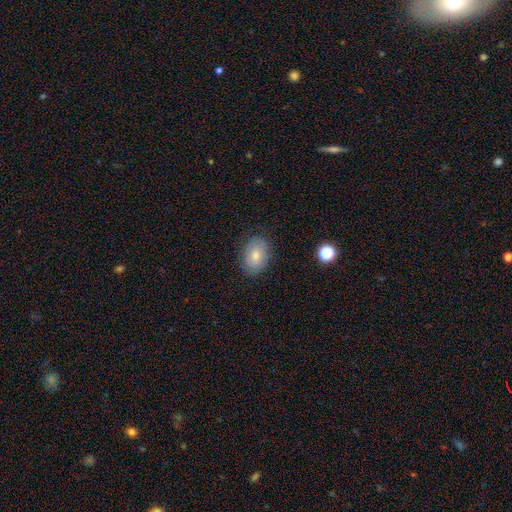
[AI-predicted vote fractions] A smooth galaxy with no disk features (70%) that is in between round and cigar-shaped (78%). Merging: none (83%).